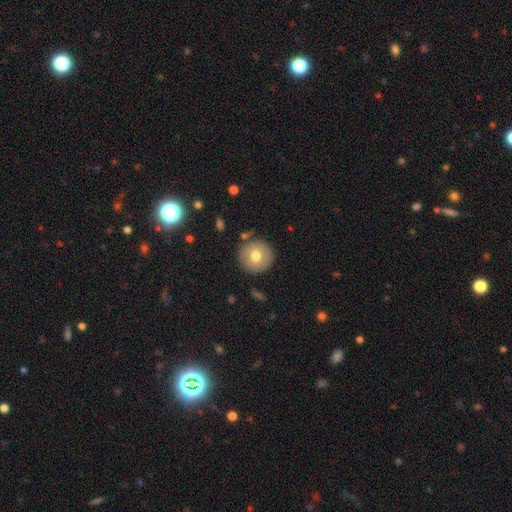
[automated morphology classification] Smooth or featured? Predicted: smooth (p=0.70). How rounded? Predicted: round (p=0.94). Merging? Predicted: none (p=0.86).